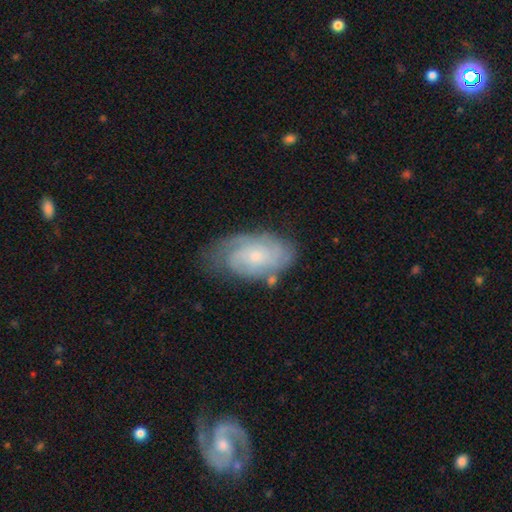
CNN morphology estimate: A featured or disk galaxy (72%) with no bar (72%), tight (60%) spiral arms (91%) and a small central bulge (64%).

Vote fractions:
- Smooth or featured? featured or disk: 72% / smooth: 21% / star or artifact: 6%
- Edge-on disk? no: 96% / yes: 4%
- Bar? no: 72% / weak: 25% / strong: 3%
- Spiral arms? yes: 91% / no: 9%
- Spiral winding? tight: 60% / medium: 31% / loose: 9%
- Spiral arm count? can't tell: 43% / 2: 25% / 3: 16% / 4: 7% / 1: 5% / more than 4: 4%
- Bulge size? small: 64% / moderate: 30% / none: 3% / large: 2% / dominant: 1%
- Merging? none: 65% / minor disturbance: 23% / major disturbance: 8% / merger: 3%